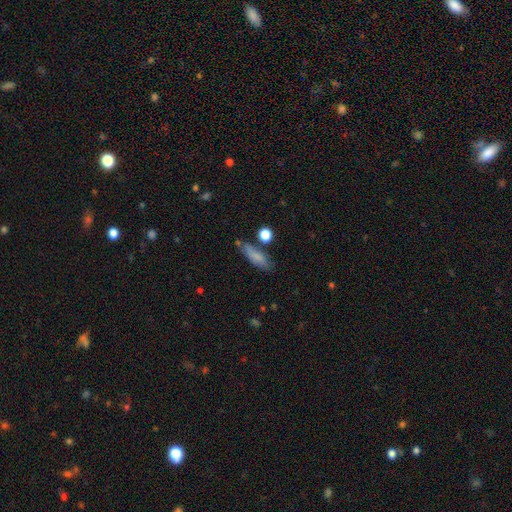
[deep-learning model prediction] smooth_or_featured: smooth (p=0.78) [alt: featured or disk p=0.14]
how_rounded: cigar-shaped (p=0.50) [alt: in between p=0.46]
merging: none (p=0.66) [alt: minor disturbance p=0.21]